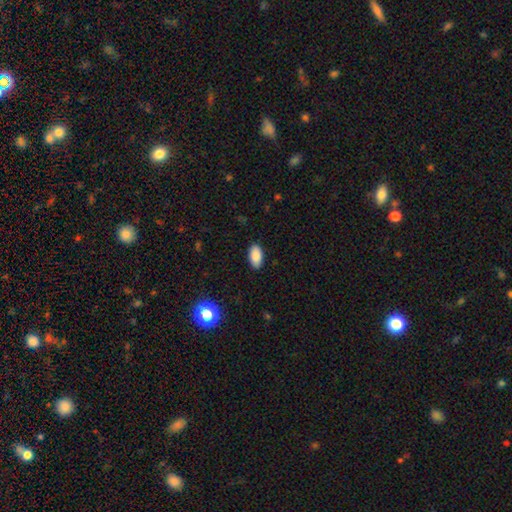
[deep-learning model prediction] Morphology: type=smooth (87%); roundness=in between (94%); merging=none (88%).